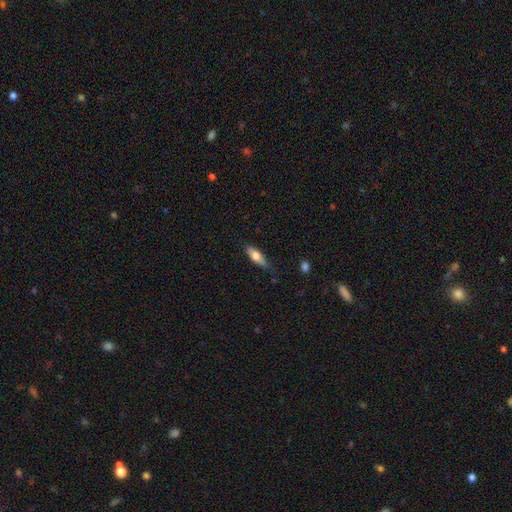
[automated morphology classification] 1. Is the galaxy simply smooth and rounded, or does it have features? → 68% smooth, 26% featured or disk, 6% star or artifact.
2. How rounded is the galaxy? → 55% in between, 42% cigar-shaped, 2% round.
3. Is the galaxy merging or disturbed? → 67% none, 27% minor disturbance, 5% major disturbance, 2% merger.